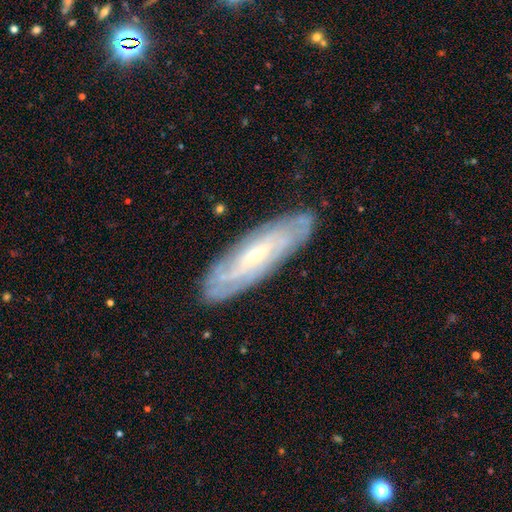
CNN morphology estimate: Smooth or featured? Predicted: featured or disk (p=0.79). Edge-on disk? Predicted: no (p=0.77). Bar? Predicted: no (p=0.49). Spiral arms? Predicted: yes (p=0.89). Spiral winding? Predicted: tight (p=0.72). Spiral arm count? Predicted: can't tell (p=0.56). Bulge size? Predicted: small (p=0.67). Merging? Predicted: none (p=0.85).